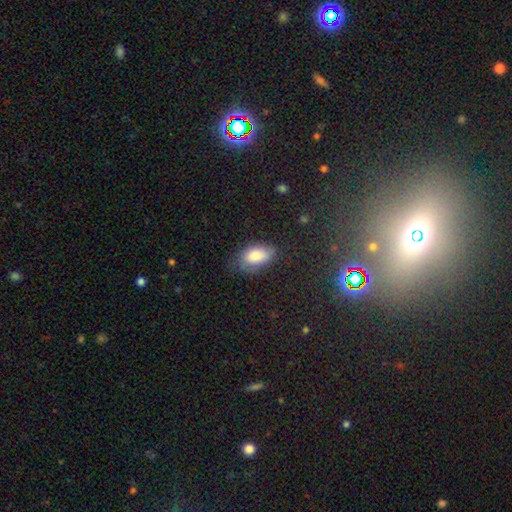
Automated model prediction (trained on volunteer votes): Q: Smooth or featured?
A: smooth (83%); runner-up: featured or disk (9%)
Q: How rounded?
A: in between (92%); runner-up: round (5%)
Q: Merging?
A: none (63%); runner-up: minor disturbance (27%)